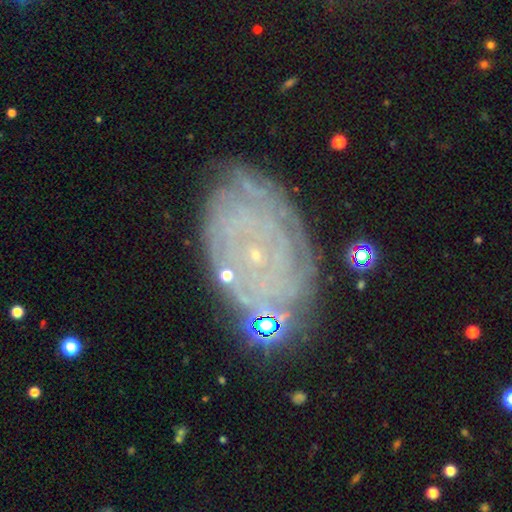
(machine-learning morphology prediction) A featured or disk galaxy (77%) with no bar (84%), tight (83%) spiral arms (87%) and a small central bulge (89%).

Vote fractions:
- Smooth or featured? featured or disk: 77% / smooth: 13% / star or artifact: 10%
- Edge-on disk? no: 96% / yes: 4%
- Bar? no: 84% / weak: 12% / strong: 4%
- Spiral arms? yes: 87% / no: 13%
- Spiral winding? tight: 83% / medium: 13% / loose: 4%
- Spiral arm count? can't tell: 44% / more than 4: 15% / 4: 13% / 2: 11% / 3: 10% / 1: 7%
- Bulge size? small: 89% / moderate: 5% / none: 4% / dominant: 1% / large: 1%
- Merging? none: 73% / minor disturbance: 18% / major disturbance: 6% / merger: 3%